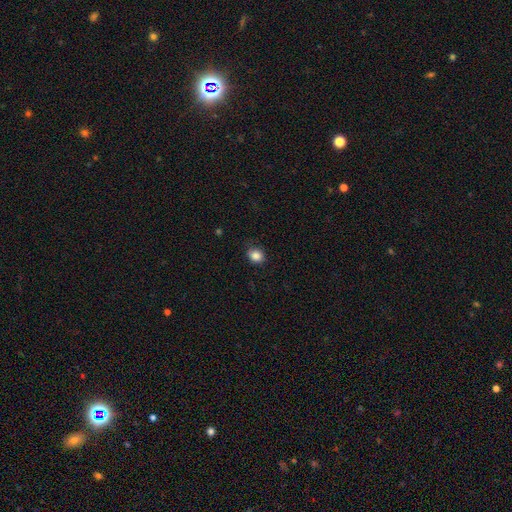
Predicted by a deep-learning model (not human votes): smooth 85%, star or artifact 10%, featured or disk 5%. Down the decision tree: how rounded — round (58%); merging — none (79%).